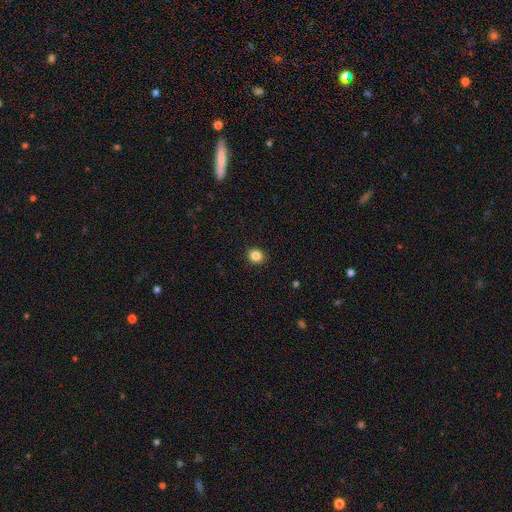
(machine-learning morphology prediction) Smooth or featured: smooth — 85% (star or artifact — 11%)
How rounded: round — 77% (in between — 22%)
Merging: none — 92% (minor disturbance — 5%)